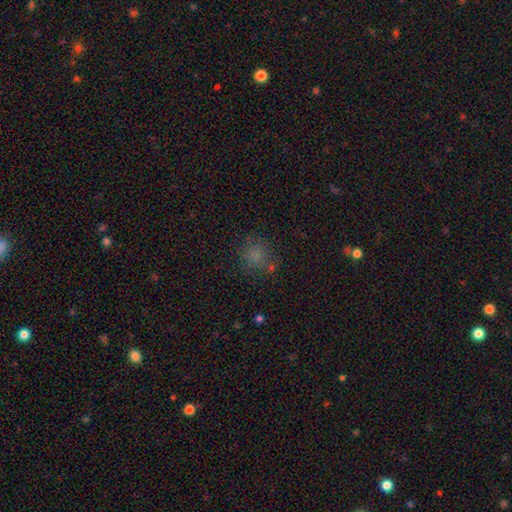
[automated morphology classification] This appears to be a smooth galaxy with no disk features (74%) that is round (83%). Merging: none (71%).